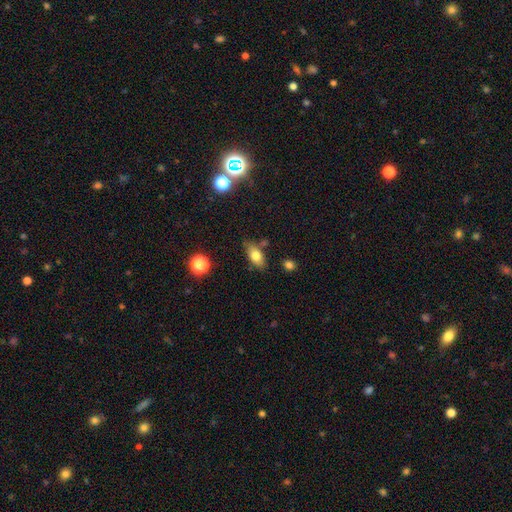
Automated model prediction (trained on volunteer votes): Smooth or featured?
  - smooth: 76% *
  - featured or disk: 15%
  - star or artifact: 9%
How rounded?
  - in between: 86% *
  - cigar-shaped: 7%
  - round: 7%
Merging?
  - none: 76% *
  - minor disturbance: 15%
  - merger: 6%
  - major disturbance: 3%